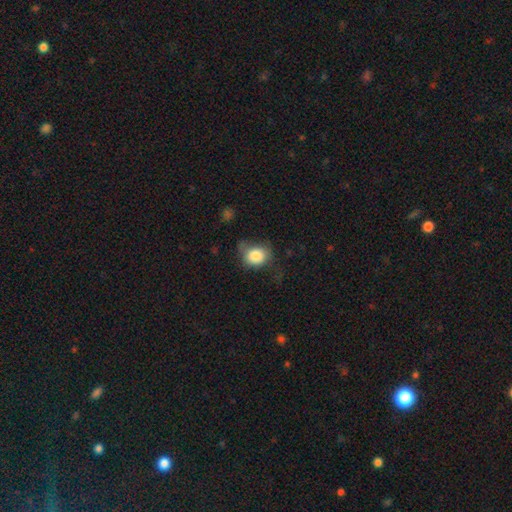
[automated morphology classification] A smooth galaxy with no disk features (82%) that is round (67%).

Vote fractions:
- Smooth or featured? smooth: 82% / featured or disk: 9% / star or artifact: 9%
- How rounded? round: 67% / in between: 32% / cigar-shaped: 1%
- Merging? none: 48% / minor disturbance: 32% / major disturbance: 17% / merger: 3%